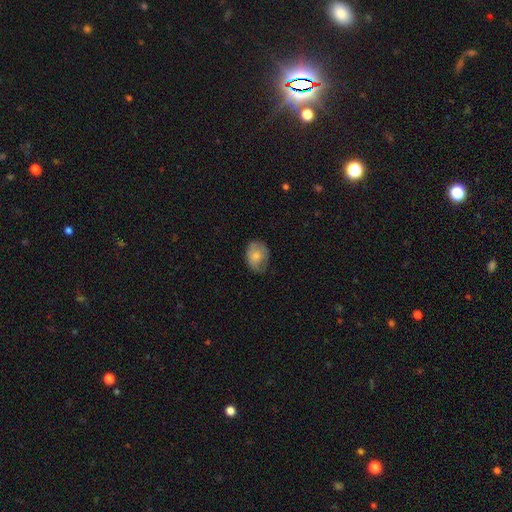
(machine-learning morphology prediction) A smooth galaxy with no disk features (73%) that is in between round and cigar-shaped (62%).

Vote fractions:
- Smooth or featured? smooth: 73% / featured or disk: 20% / star or artifact: 7%
- How rounded? in between: 62% / round: 37% / cigar-shaped: 1%
- Merging? none: 63% / minor disturbance: 28% / major disturbance: 8% / merger: 1%